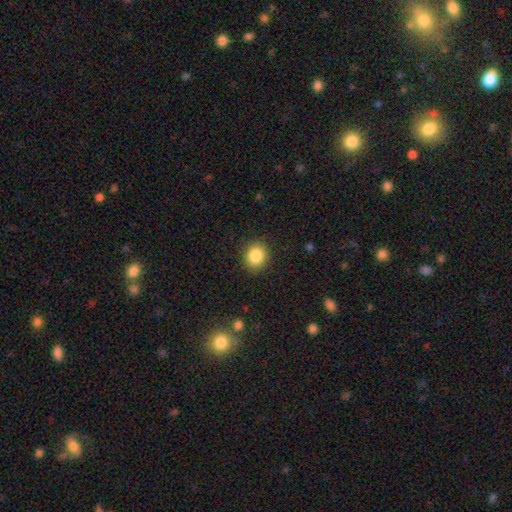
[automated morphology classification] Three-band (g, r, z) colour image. It shows a smooth galaxy with no disk features (86%) that is round (74%). Merging: none (89%).